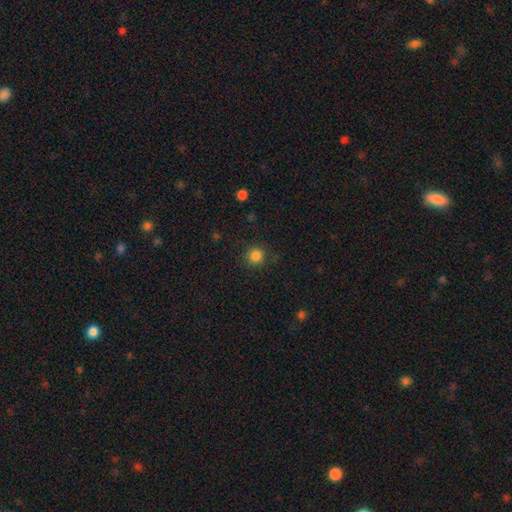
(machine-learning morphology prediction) smooth 84%, star or artifact 12%, featured or disk 4%. Down the decision tree: how rounded — round (92%); merging — none (86%).